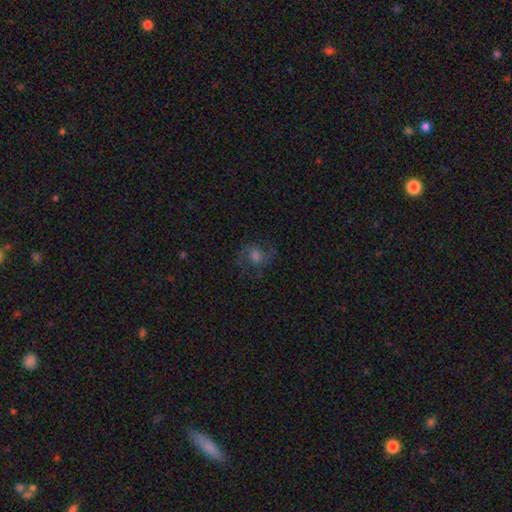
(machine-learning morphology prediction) type=featured or disk (57%); edge-on=no (97%); bar=no (61%); spiral arms=yes (90%); bulge=moderate (50%); merging=none (73%).